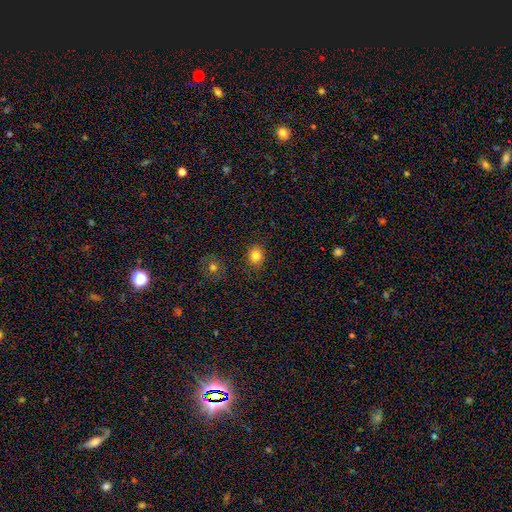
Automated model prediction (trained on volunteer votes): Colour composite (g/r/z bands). It shows a smooth galaxy with no disk features (83%) that is round (66%). Merging: none (87%).